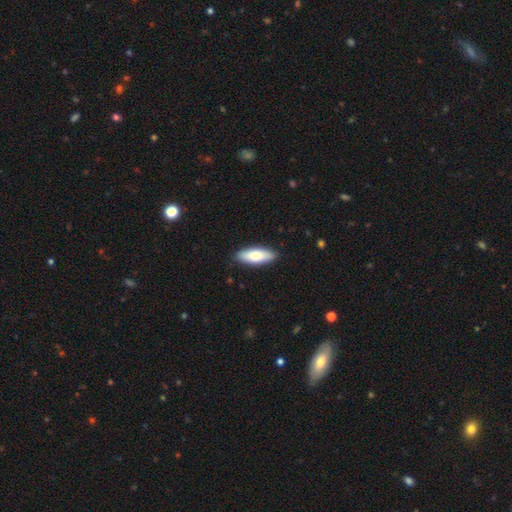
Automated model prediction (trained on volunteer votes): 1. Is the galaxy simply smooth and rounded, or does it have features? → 74% smooth, 21% featured or disk, 6% star or artifact.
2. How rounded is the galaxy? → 68% in between, 30% cigar-shaped, 2% round.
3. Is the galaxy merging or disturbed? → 89% none, 9% minor disturbance, 2% major disturbance, 1% merger.